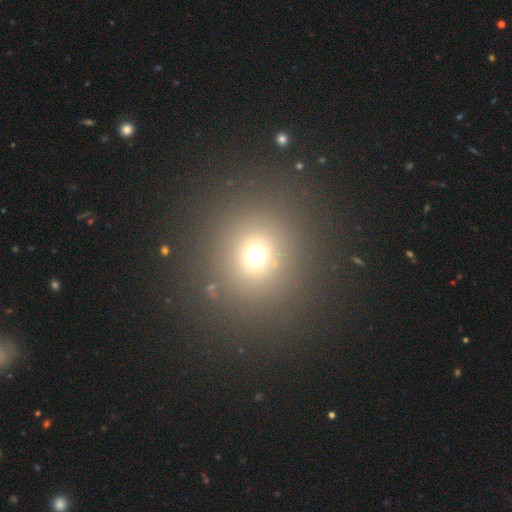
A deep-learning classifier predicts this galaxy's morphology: type=smooth (67%); roundness=round (88%); merging=none (84%).